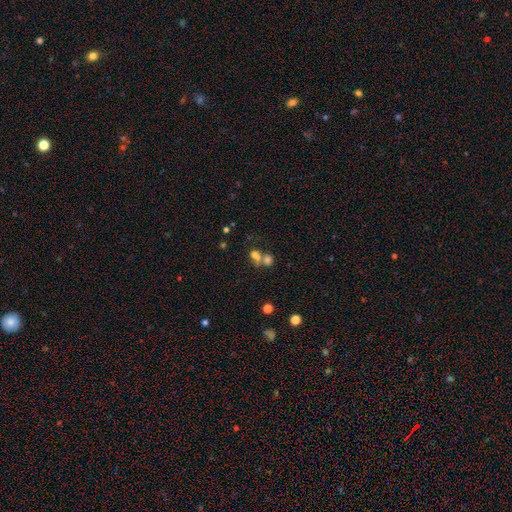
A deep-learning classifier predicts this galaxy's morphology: Smooth or featured? smooth (68%)
How rounded? round (53%)
Merging? merger (58%)